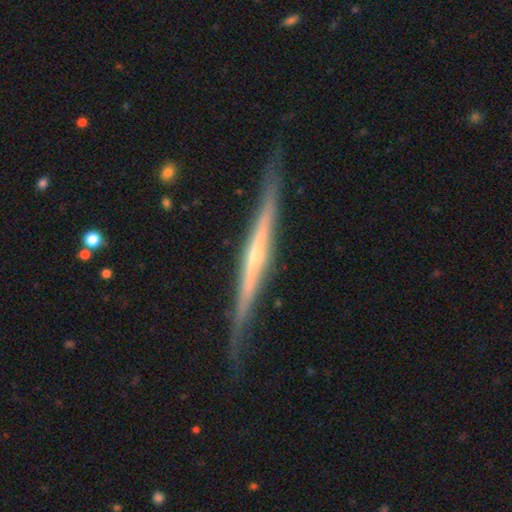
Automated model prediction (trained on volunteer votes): Smooth or featured? Predicted: featured or disk (p=0.79). Edge-on disk? Predicted: yes (p=0.97). Edge-on bulge? Predicted: rounded (p=0.47). Merging? Predicted: none (p=0.82).